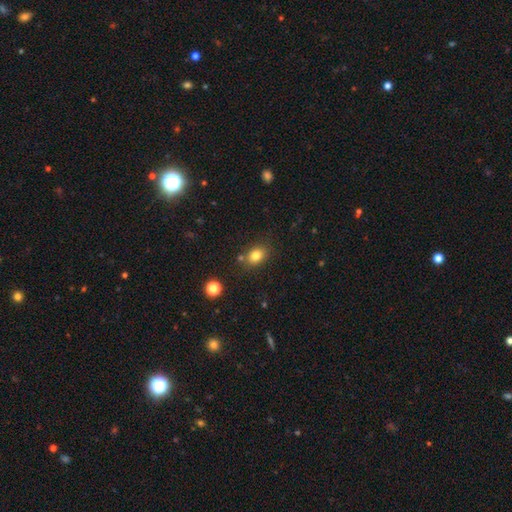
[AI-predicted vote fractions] smooth 81%, star or artifact 11%, featured or disk 8%. Down the decision tree: how rounded — in between (63%); merging — none (76%).